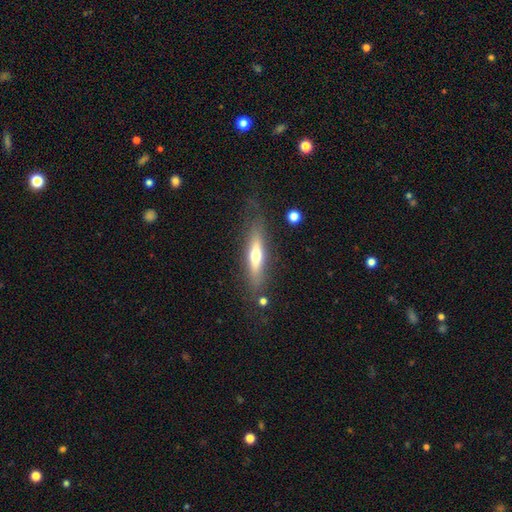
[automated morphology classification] Smooth or featured? Predicted: featured or disk (p=0.47, tied with smooth). Merging? Predicted: none (p=0.76).